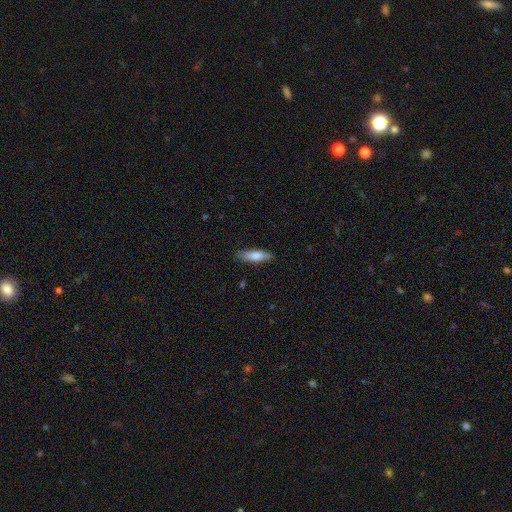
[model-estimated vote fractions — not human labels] smooth-or-featured: smooth: 74% | featured or disk: 20% | star or artifact: 6%
  how-rounded: cigar-shaped: 62% | in between: 36% | round: 2%
  merging: none: 85% | minor disturbance: 12% | major disturbance: 2% | merger: 1%